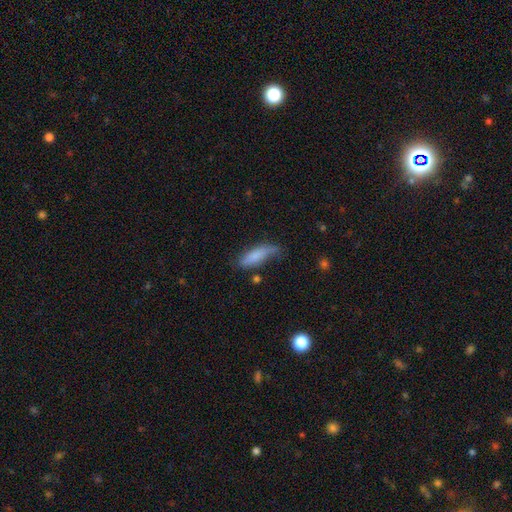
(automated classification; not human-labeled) Q: Smooth or featured?
A: smooth (77%); runner-up: featured or disk (16%)
Q: How rounded?
A: cigar-shaped (53%); runner-up: in between (45%)
Q: Merging?
A: none (49%); runner-up: minor disturbance (35%)